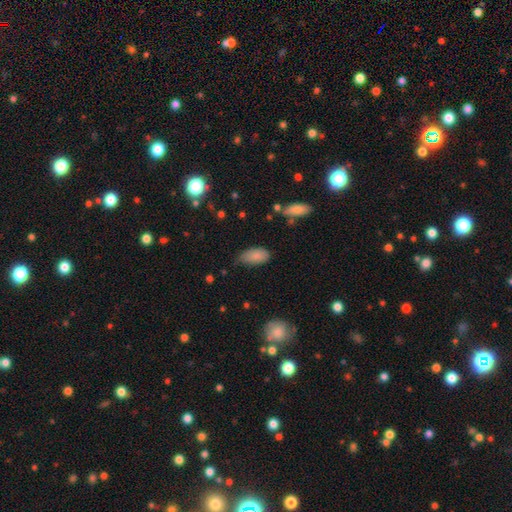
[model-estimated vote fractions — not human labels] A smooth galaxy with no disk features (86%) that is in between round and cigar-shaped (93%). Merging: none (60%).